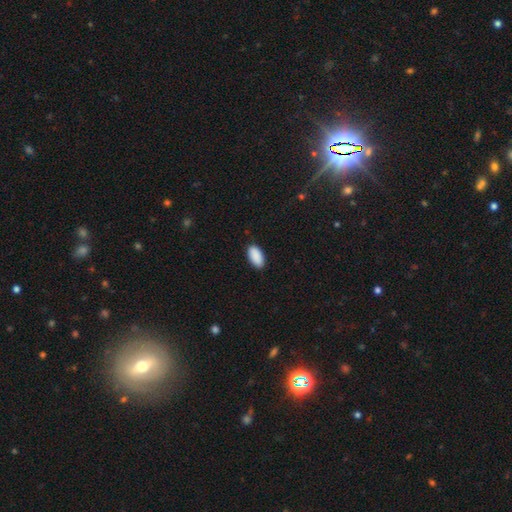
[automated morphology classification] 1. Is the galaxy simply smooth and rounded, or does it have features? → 91% smooth, 6% star or artifact, 3% featured or disk.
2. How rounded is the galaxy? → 94% in between, 3% cigar-shaped, 2% round.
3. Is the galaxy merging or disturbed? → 88% none, 9% minor disturbance, 2% major disturbance, 1% merger.